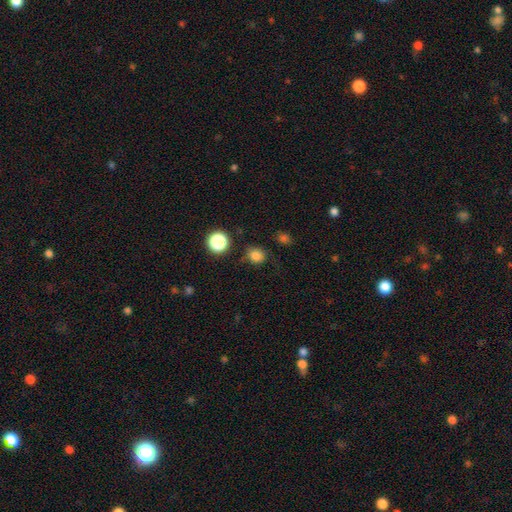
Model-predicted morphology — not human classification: Overall: smooth (80%). How rounded: round (80%). Merging: none (80%).